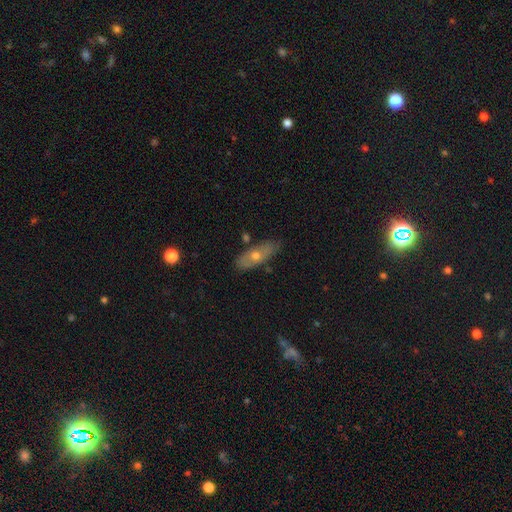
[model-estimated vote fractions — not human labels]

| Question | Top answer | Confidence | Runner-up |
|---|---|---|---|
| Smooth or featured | smooth | 46% | tied: featured or disk (46%) |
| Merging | none | 80% | minor disturbance (14%) |